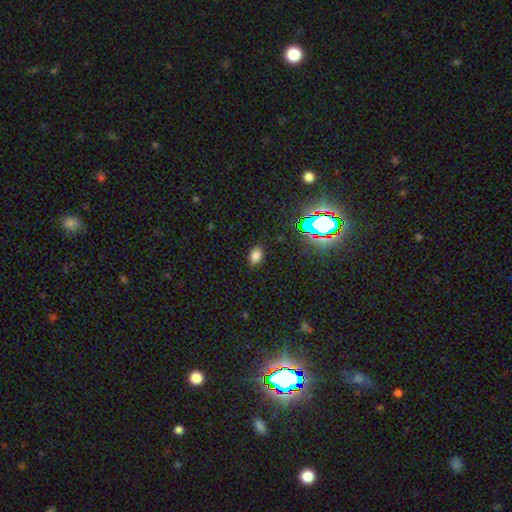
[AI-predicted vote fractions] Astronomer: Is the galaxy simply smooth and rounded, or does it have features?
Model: smooth — 77%.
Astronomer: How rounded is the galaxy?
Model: in between — 77%.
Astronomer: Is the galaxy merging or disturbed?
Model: none — 87%.